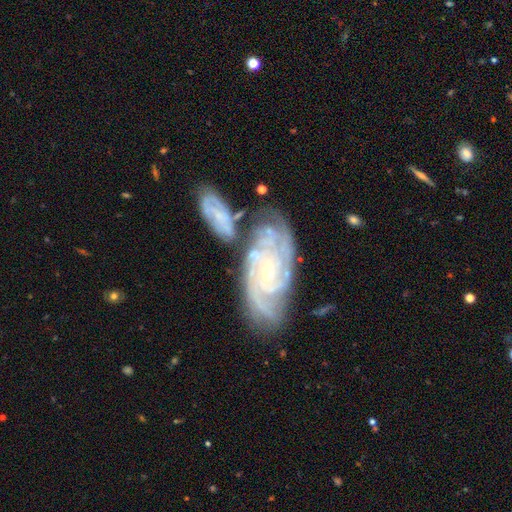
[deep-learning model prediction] smooth-or-featured: featured or disk: 89% | smooth: 6% | star or artifact: 5%
  disk-edge-on: no: 96% | yes: 4%
    bar: no: 69% | weak: 23% | strong: 8%
    has-spiral-arms: yes: 97% | no: 3%
      spiral-winding: tight: 70% | medium: 25% | loose: 5%
      spiral-arm-count: 4: 24% | can't tell: 23% | 3: 23% | 2: 13% | more than 4: 10% | 1: 6%
    bulge-size: small: 83% | moderate: 13% | none: 2% | large: 1% | dominant: 1%
  merging: none: 54% | minor disturbance: 20% | merger: 18% | major disturbance: 8%